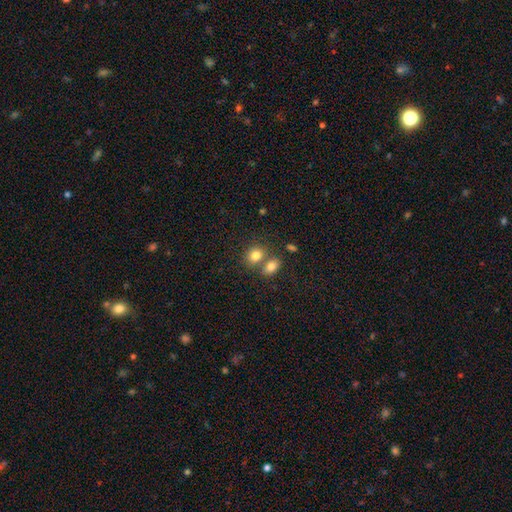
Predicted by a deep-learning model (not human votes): Smooth or featured? Predicted: smooth (p=0.80). How rounded? Predicted: round (p=0.53). Merging? Predicted: none (p=0.47).